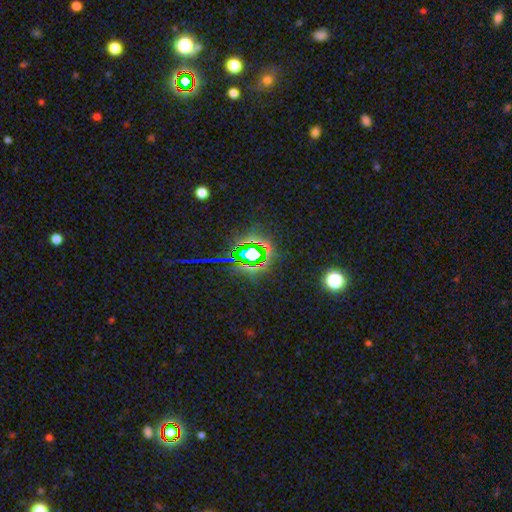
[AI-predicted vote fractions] Smooth or featured: star or artifact — 79% (smooth — 11%)